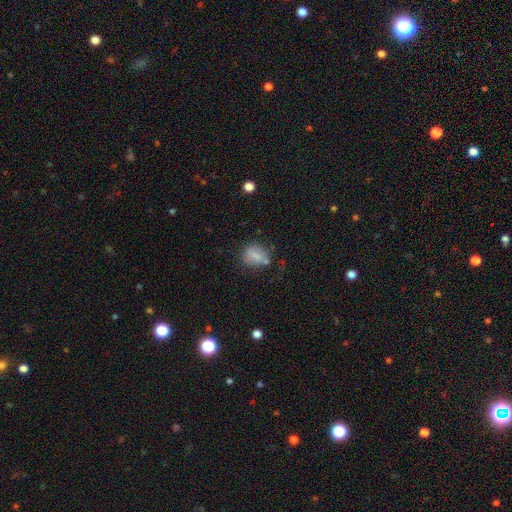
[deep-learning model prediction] This is likely a smooth galaxy (71%). How rounded: possibly in between (53%). Merging: possibly none (55%).